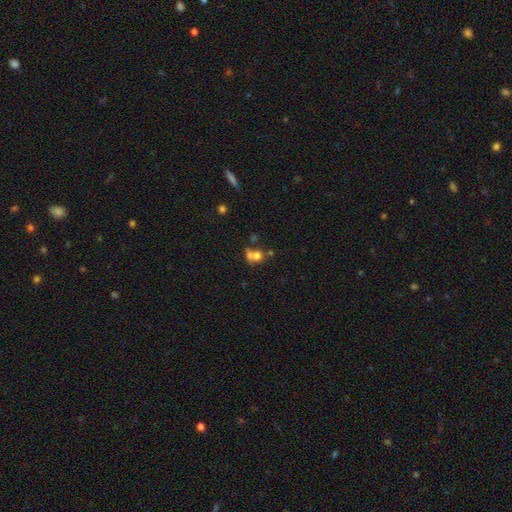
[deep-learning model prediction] Smooth or featured?
  - smooth: 66% *
  - featured or disk: 19%
  - star or artifact: 15%
How rounded?
  - round: 72% *
  - in between: 27%
  - cigar-shaped: 1%
Merging?
  - merger: 53% *
  - none: 32%
  - minor disturbance: 8%
  - major disturbance: 7%